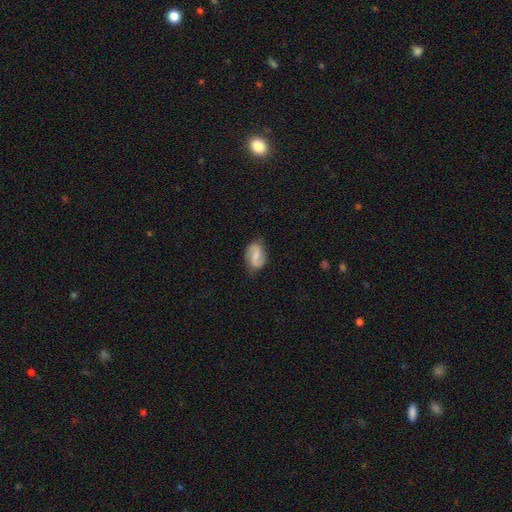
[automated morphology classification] Smooth or featured? Predicted: featured or disk (p=0.70). Edge-on disk? Predicted: no (p=0.97). Bar? Predicted: weak (p=0.51). Spiral arms? Predicted: yes (p=0.94). Spiral winding? Predicted: loose (p=0.43). Spiral arm count? Predicted: 2 (p=0.91). Bulge size? Predicted: small (p=0.42). Merging? Predicted: none (p=0.79).